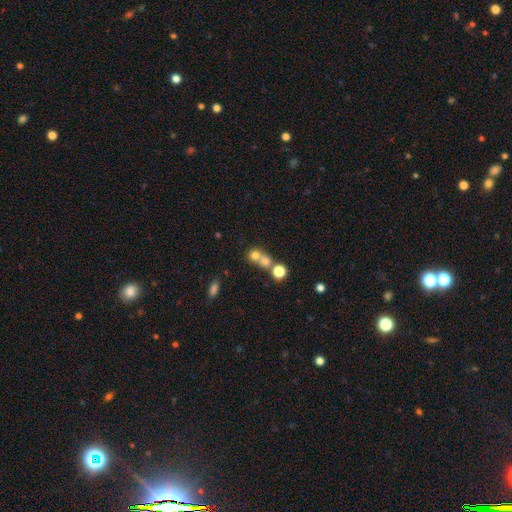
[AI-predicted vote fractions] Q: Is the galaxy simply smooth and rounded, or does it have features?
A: smooth — 70%.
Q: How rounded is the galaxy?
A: round — 80%.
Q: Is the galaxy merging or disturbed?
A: merger — 58%.